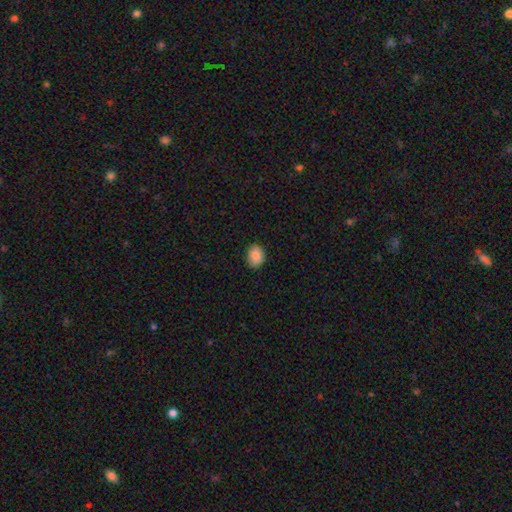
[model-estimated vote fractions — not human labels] Morphology: type=smooth (87%); roundness=in between (62%); merging=none (81%).